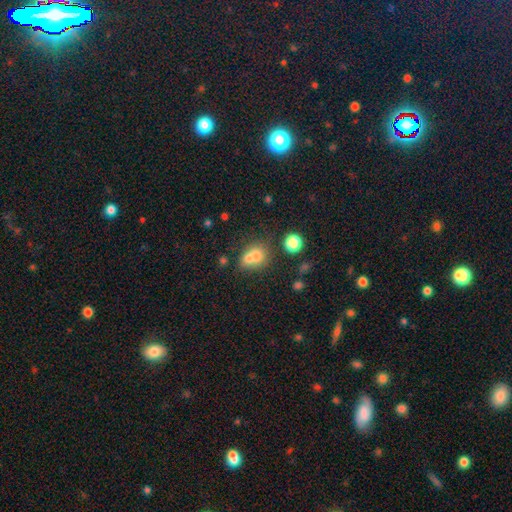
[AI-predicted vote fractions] Q: Smooth or featured?
A: smooth (71%); runner-up: featured or disk (17%)
Q: How rounded?
A: round (52%); runner-up: in between (46%)
Q: Merging?
A: merger (60%); runner-up: none (27%)